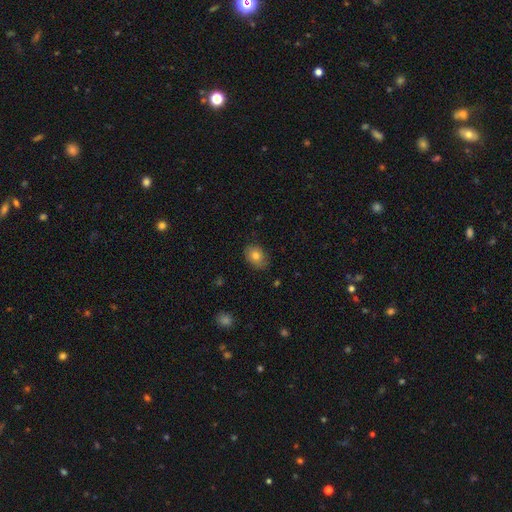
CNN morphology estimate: type=smooth (77%); roundness=in between (64%); merging=none (80%).